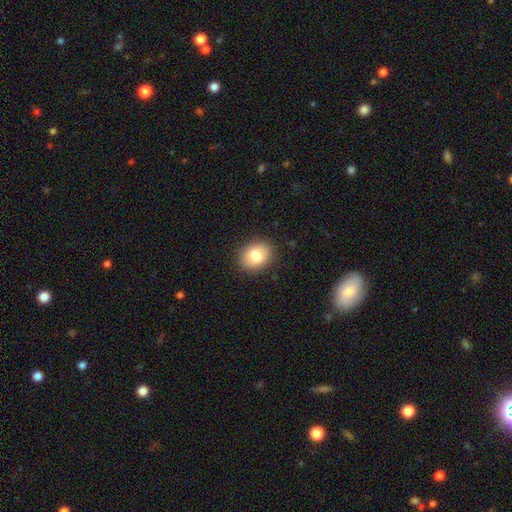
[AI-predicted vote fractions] A smooth galaxy with no disk features (81%) that is round (52%). Merging: none (88%).